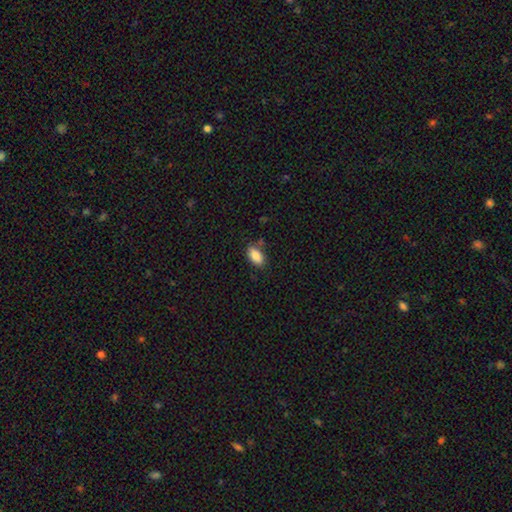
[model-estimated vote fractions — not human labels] Q: Smooth or featured?
A: smooth (87%); runner-up: star or artifact (7%)
Q: How rounded?
A: in between (93%); runner-up: round (4%)
Q: Merging?
A: none (78%); runner-up: minor disturbance (14%)